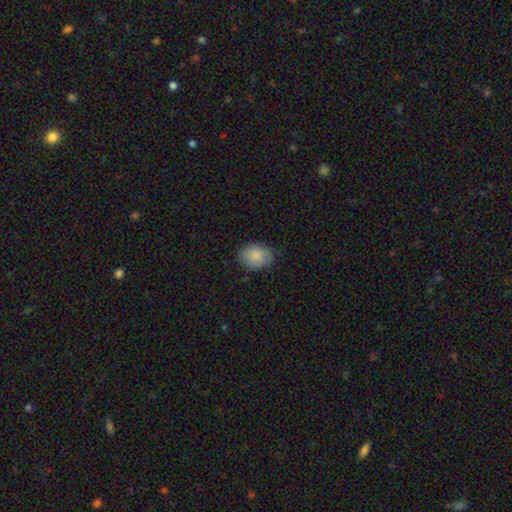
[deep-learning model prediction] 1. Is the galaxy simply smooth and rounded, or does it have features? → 86% smooth, 7% featured or disk, 7% star or artifact.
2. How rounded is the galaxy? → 64% in between, 35% round, 1% cigar-shaped.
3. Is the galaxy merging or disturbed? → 74% none, 21% minor disturbance, 4% major disturbance, 1% merger.